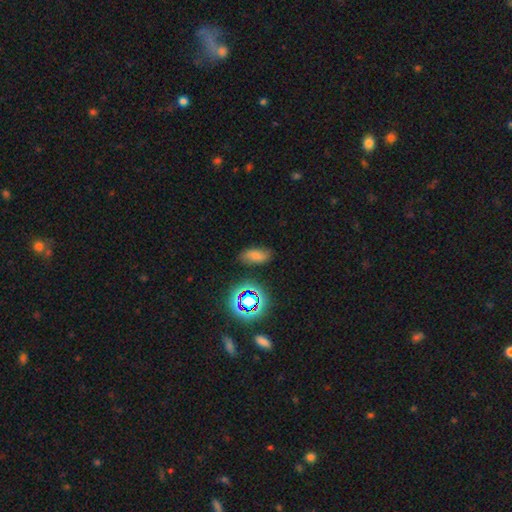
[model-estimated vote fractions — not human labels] A smooth galaxy with no disk features (67%) that is in between round and cigar-shaped (87%).

Vote fractions:
- Smooth or featured? smooth: 67% / star or artifact: 20% / featured or disk: 13%
- How rounded? in between: 87% / round: 6% / cigar-shaped: 6%
- Merging? none: 78% / minor disturbance: 15% / major disturbance: 4% / merger: 3%